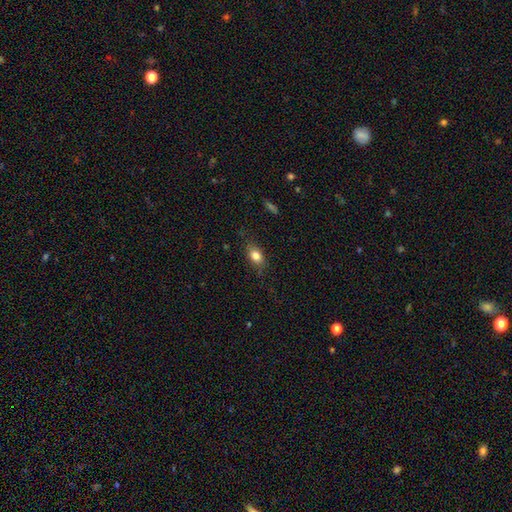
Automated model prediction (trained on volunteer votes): Smooth or featured? smooth (82%)
How rounded? in between (79%)
Merging? none (78%)